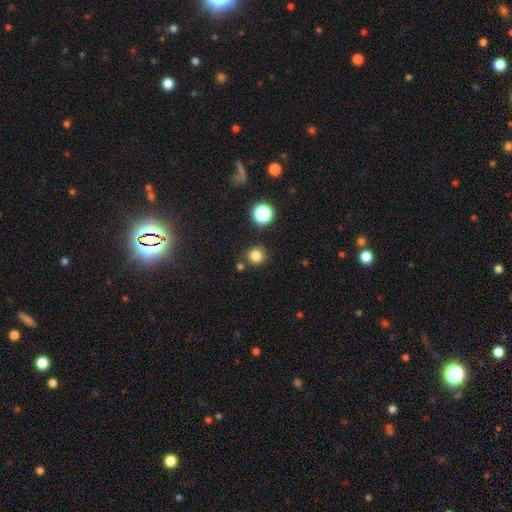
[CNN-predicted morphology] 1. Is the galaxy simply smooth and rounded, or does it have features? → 80% smooth, 15% star or artifact, 5% featured or disk.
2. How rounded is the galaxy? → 93% round, 6% in between, 1% cigar-shaped.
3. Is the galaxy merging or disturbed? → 84% none, 8% minor disturbance, 5% merger, 2% major disturbance.